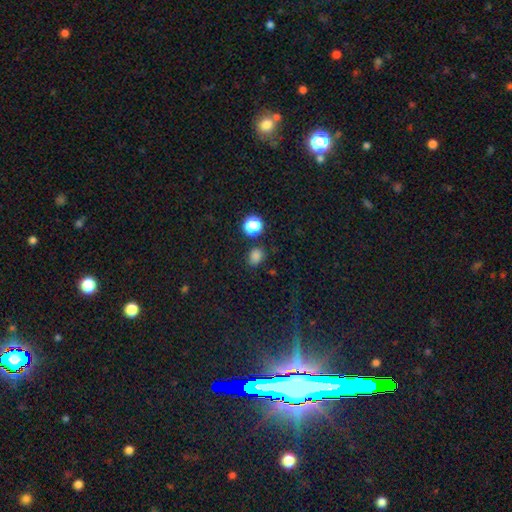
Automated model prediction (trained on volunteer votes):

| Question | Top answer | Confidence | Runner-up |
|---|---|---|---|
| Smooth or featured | smooth | 77% | star or artifact (19%) |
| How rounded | round | 54% | in between (45%) |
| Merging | none | 78% | minor disturbance (14%) |